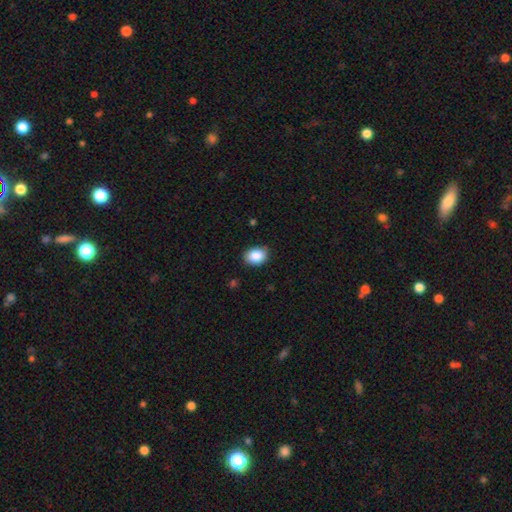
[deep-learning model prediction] smooth_or_featured: smooth (p=0.86) [alt: star or artifact p=0.08]
how_rounded: in between (p=0.67) [alt: round p=0.32]
merging: none (p=0.85) [alt: minor disturbance p=0.12]